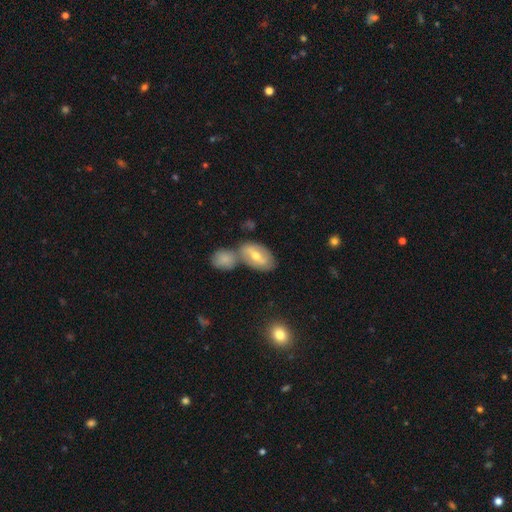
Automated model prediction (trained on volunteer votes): This is possibly a smooth galaxy (52%). How rounded: clearly in between (89%). Merging: possibly none (48%).